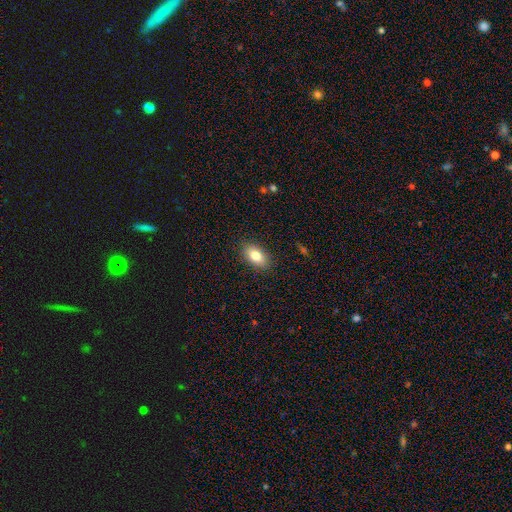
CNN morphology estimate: smooth 80%, featured or disk 12%, star or artifact 8%. Down the decision tree: how rounded — in between (90%); merging — none (88%).